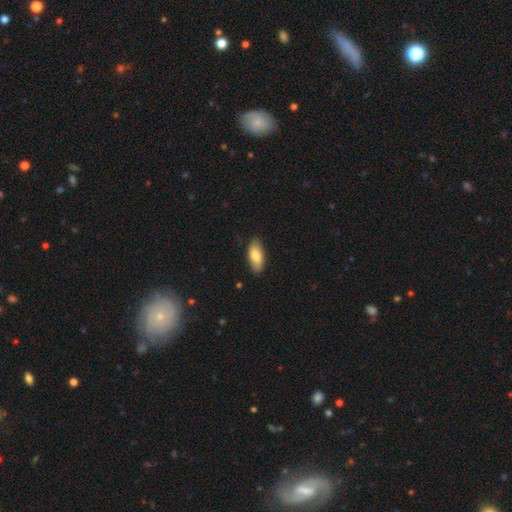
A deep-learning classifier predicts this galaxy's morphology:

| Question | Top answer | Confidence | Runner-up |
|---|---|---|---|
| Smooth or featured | smooth | 76% | featured or disk (18%) |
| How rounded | in between | 85% | cigar-shaped (12%) |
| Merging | none | 83% | minor disturbance (14%) |